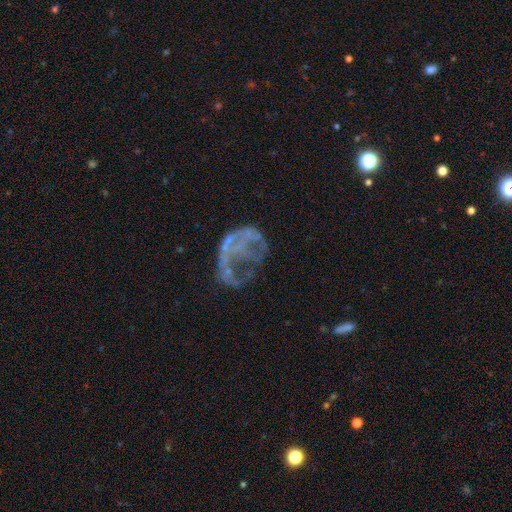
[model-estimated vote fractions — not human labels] A featured or disk galaxy (61%) with no bar (89%), no spiral arms (82%) and no central bulge (83%). Merging: major disturbance (49%).